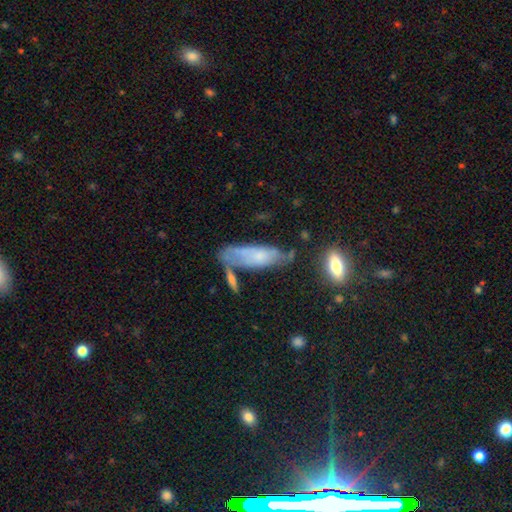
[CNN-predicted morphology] smooth_or_featured: smooth (p=0.53) [alt: featured or disk p=0.38]
how_rounded: in between (p=0.56) [alt: cigar-shaped p=0.42]
merging: none (p=0.44) [alt: minor disturbance p=0.29]